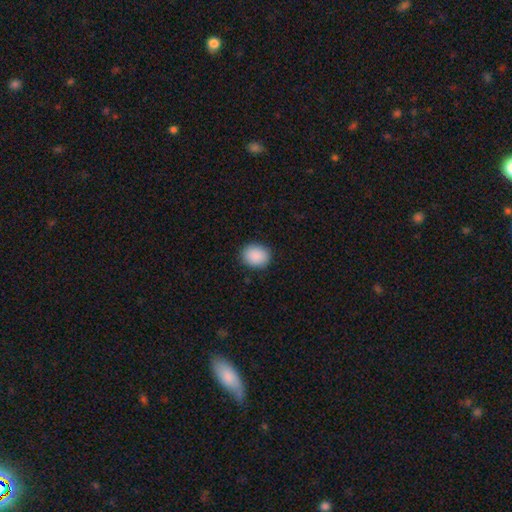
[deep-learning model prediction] Smooth or featured? smooth (90%)
How rounded? round (61%)
Merging? none (88%)